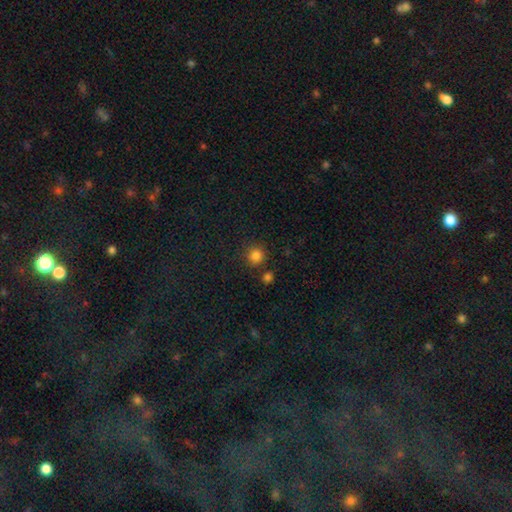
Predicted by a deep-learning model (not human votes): Smooth or featured? Predicted: smooth (p=0.83). How rounded? Predicted: round (p=0.92). Merging? Predicted: none (p=0.83).